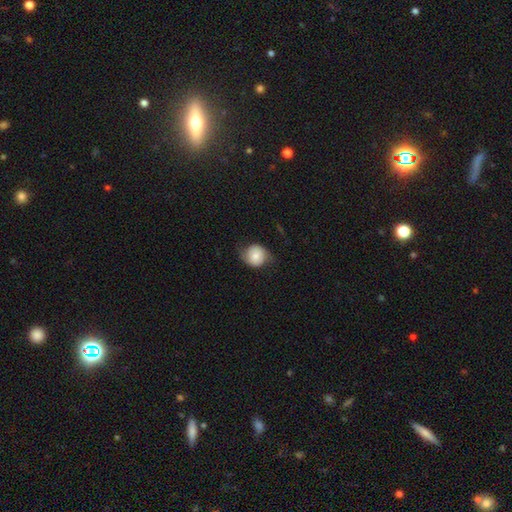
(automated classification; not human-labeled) This is likely a smooth galaxy (67%). How rounded: clearly round (84%). Merging: likely none (65%).